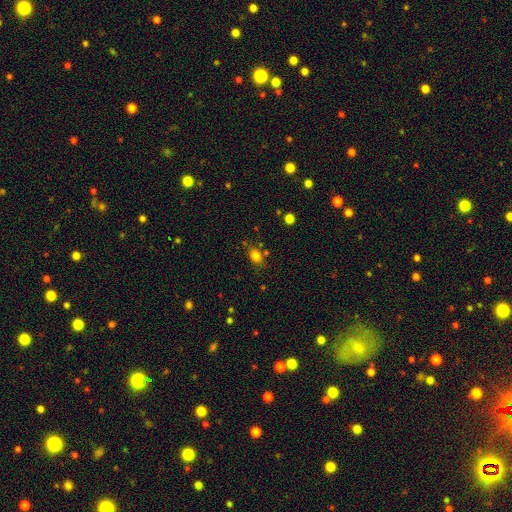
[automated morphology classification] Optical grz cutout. It shows a smooth galaxy with no disk features (79%) that is in between round and cigar-shaped (70%). Merging: none (74%).